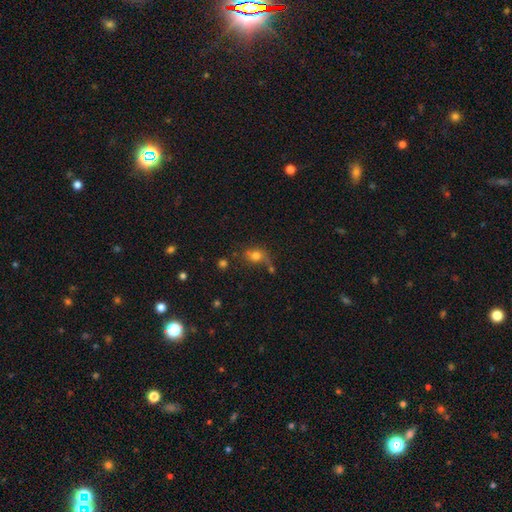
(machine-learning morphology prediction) Q: Smooth or featured?
A: smooth (73%); runner-up: star or artifact (14%)
Q: How rounded?
A: round (51%); runner-up: in between (46%)
Q: Merging?
A: none (48%); runner-up: minor disturbance (21%)